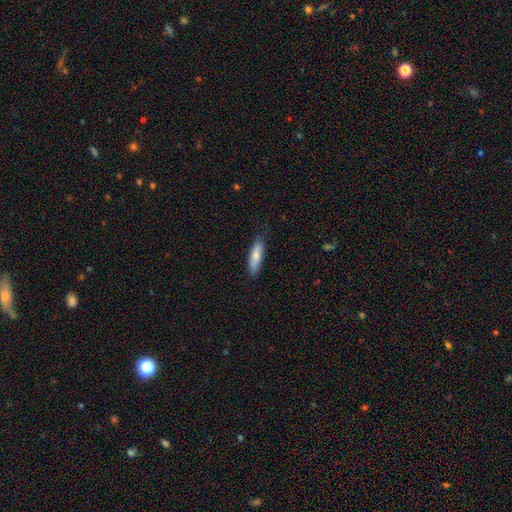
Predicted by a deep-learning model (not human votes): Smooth or featured?
  - smooth: 79% *
  - featured or disk: 15%
  - star or artifact: 6%
How rounded?
  - cigar-shaped: 58% *
  - in between: 41%
  - round: 2%
Merging?
  - none: 79% *
  - minor disturbance: 17%
  - major disturbance: 3%
  - merger: 1%